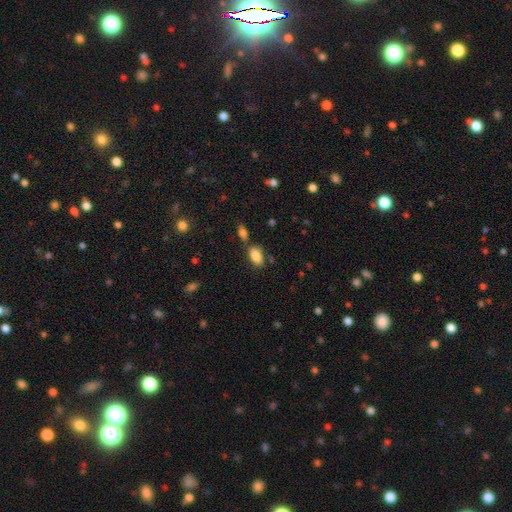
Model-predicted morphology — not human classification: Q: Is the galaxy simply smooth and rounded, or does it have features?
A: smooth — 86%.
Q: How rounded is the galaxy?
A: in between — 91%.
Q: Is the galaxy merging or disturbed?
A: none — 65%.